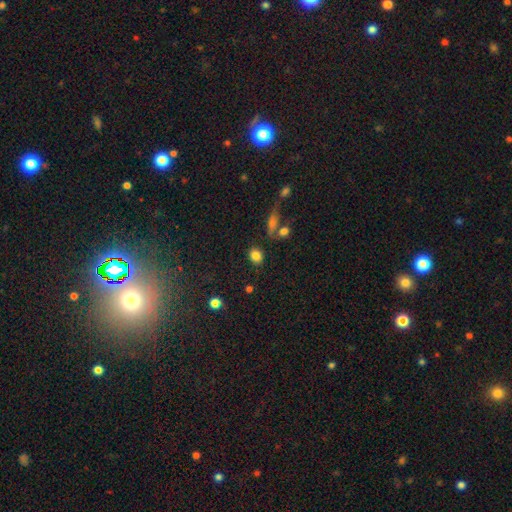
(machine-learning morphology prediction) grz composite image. It shows a smooth galaxy with no disk features (83%) that is round (53%). Merging: none (80%).